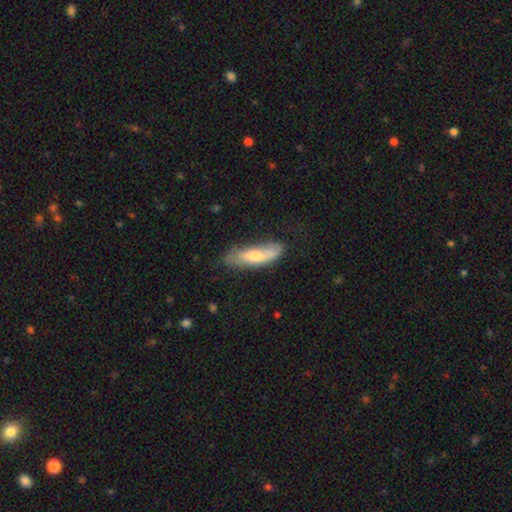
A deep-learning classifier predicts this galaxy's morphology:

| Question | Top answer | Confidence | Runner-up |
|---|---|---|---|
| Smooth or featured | smooth | 62% | featured or disk (31%) |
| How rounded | cigar-shaped | 53% | in between (46%) |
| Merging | none | 58% | minor disturbance (29%) |